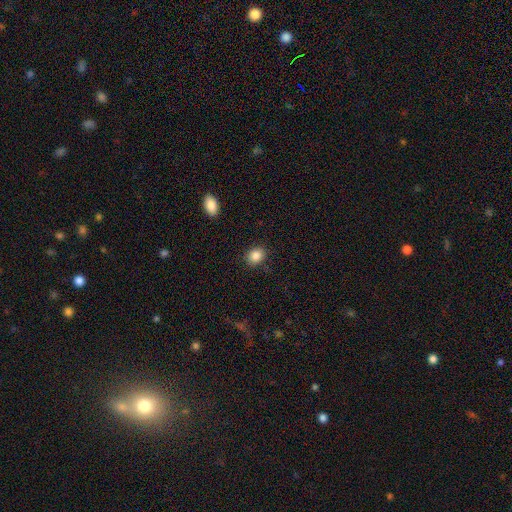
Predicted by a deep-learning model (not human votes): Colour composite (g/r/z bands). It shows a smooth galaxy with no disk features (86%) that is round (58%). Merging: none (87%).